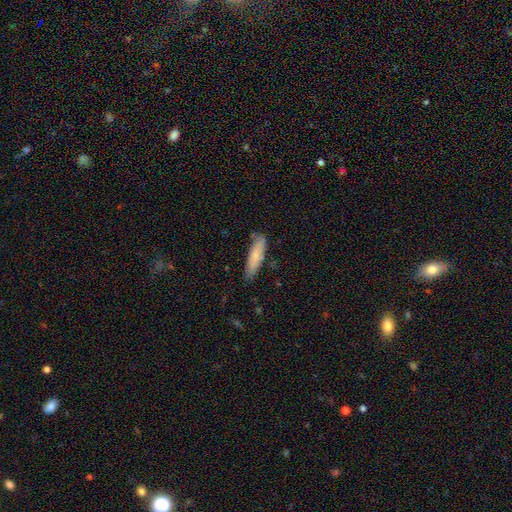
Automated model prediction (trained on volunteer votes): smooth_or_featured: smooth (p=0.76) [alt: featured or disk p=0.18]
how_rounded: cigar-shaped (p=0.71) [alt: in between p=0.28]
merging: none (p=0.76) [alt: minor disturbance p=0.19]